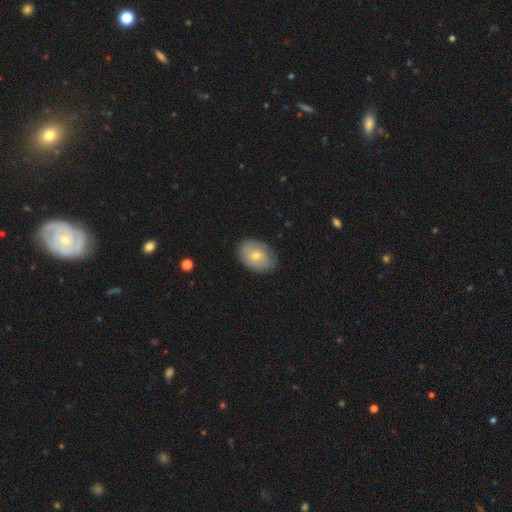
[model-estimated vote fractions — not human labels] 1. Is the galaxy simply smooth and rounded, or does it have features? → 63% smooth, 29% featured or disk, 8% star or artifact.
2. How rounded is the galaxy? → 80% in between, 19% round, 1% cigar-shaped.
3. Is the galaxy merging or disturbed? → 84% none, 12% minor disturbance, 3% major disturbance, 1% merger.